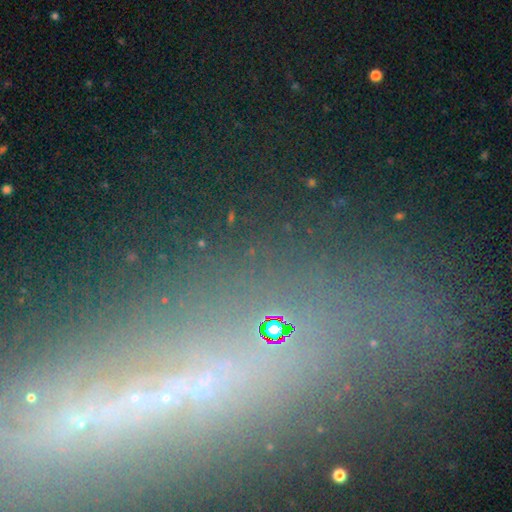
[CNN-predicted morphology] smooth_or_featured: star or artifact (p=0.60) [alt: smooth p=0.21]